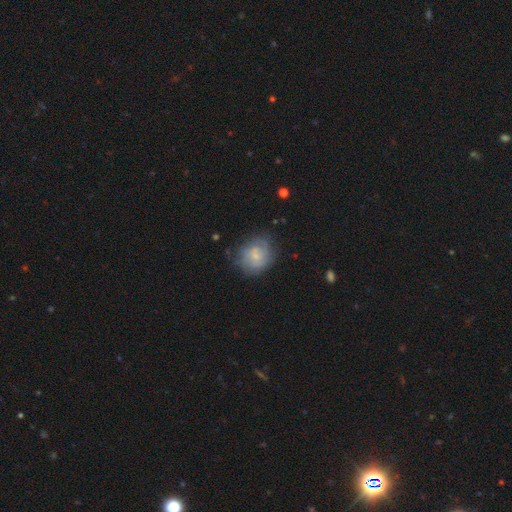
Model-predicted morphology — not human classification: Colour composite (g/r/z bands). It shows a featured or disk galaxy (50%). Merging: none (62%).